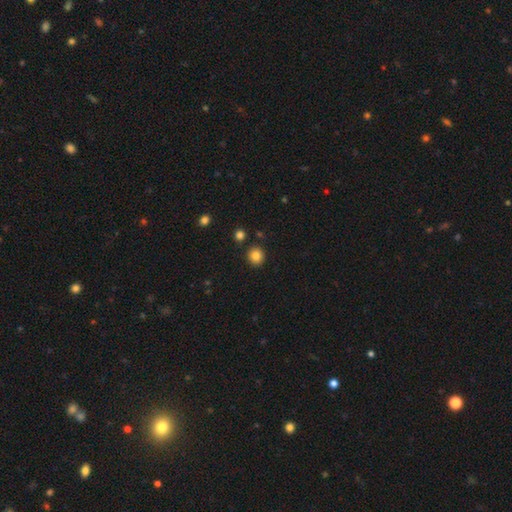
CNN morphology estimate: This is clearly a smooth galaxy (83%). How rounded: clearly round (89%). Merging: clearly none (90%).